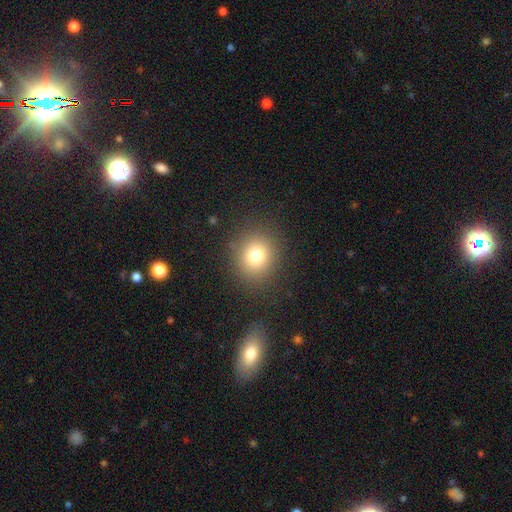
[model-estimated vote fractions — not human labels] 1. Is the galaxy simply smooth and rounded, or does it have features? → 77% smooth, 14% star or artifact, 9% featured or disk.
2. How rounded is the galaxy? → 82% round, 18% in between, 1% cigar-shaped.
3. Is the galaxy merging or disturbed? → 86% none, 8% minor disturbance, 4% major disturbance, 1% merger.